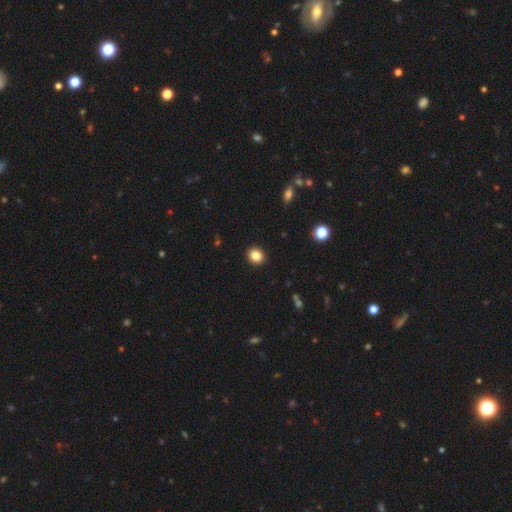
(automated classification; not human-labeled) A smooth galaxy with no disk features (86%) that is round (74%).

Vote fractions:
- Smooth or featured? smooth: 86% / star or artifact: 10% / featured or disk: 4%
- How rounded? round: 74% / in between: 25% / cigar-shaped: 1%
- Merging? none: 92% / minor disturbance: 5% / major disturbance: 2% / merger: 1%